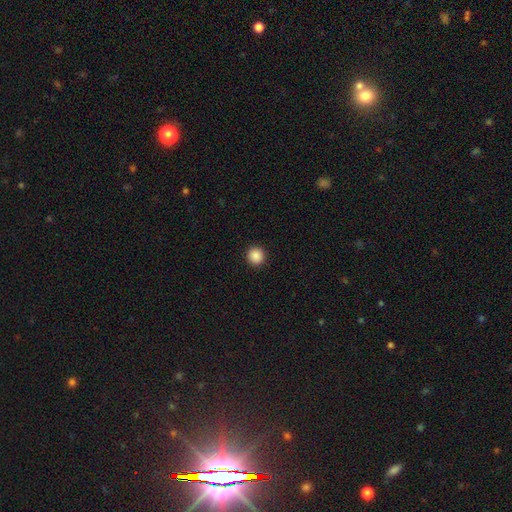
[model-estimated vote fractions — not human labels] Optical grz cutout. It shows a smooth galaxy with no disk features (88%) that is round (94%). Merging: none (93%).